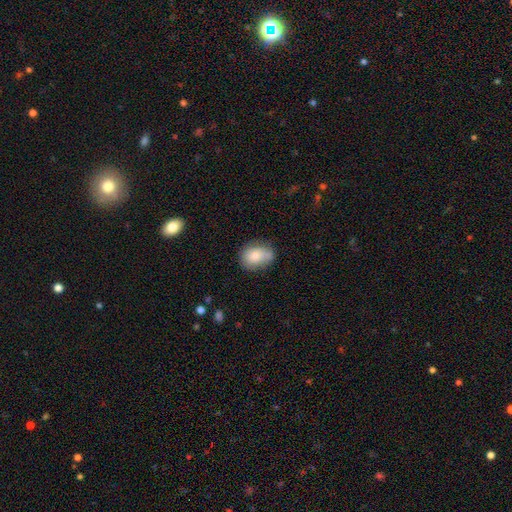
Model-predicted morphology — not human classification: Q: Smooth or featured?
A: smooth (74%); runner-up: featured or disk (18%)
Q: How rounded?
A: in between (65%); runner-up: round (34%)
Q: Merging?
A: none (59%); runner-up: minor disturbance (27%)